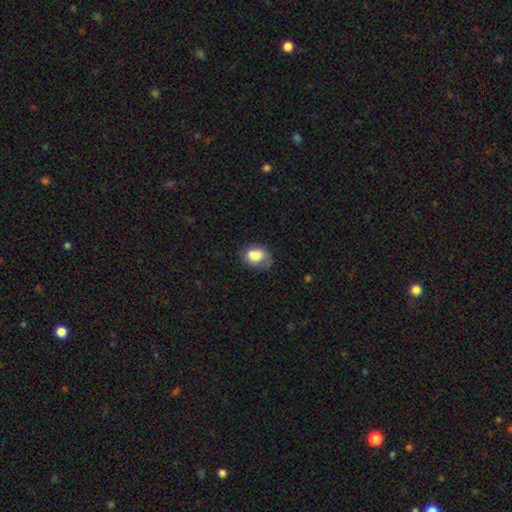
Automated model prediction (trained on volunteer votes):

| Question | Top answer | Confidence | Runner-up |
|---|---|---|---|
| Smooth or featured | smooth | 78% | featured or disk (14%) |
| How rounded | in between | 67% | round (32%) |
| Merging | none | 47% | minor disturbance (33%) |